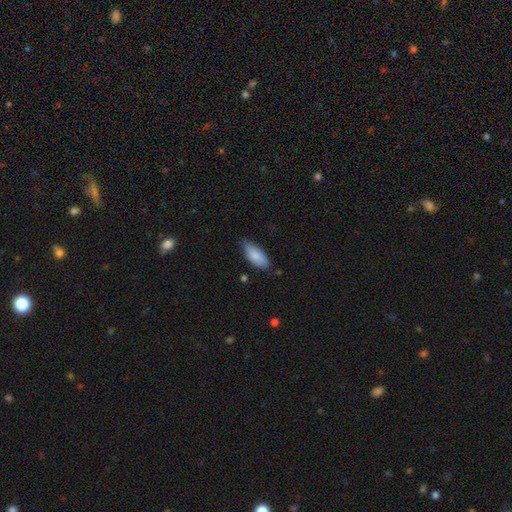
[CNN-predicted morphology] Q: Smooth or featured?
A: smooth (86%); runner-up: featured or disk (8%)
Q: How rounded?
A: in between (83%); runner-up: cigar-shaped (16%)
Q: Merging?
A: none (67%); runner-up: minor disturbance (28%)